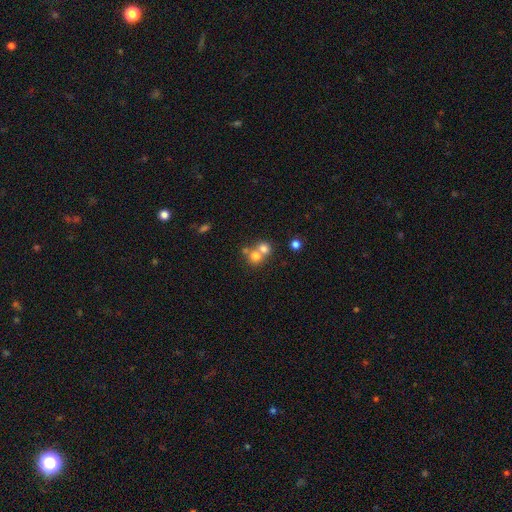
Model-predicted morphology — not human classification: Smooth or featured: smooth — 72% (featured or disk — 15%)
How rounded: round — 83% (in between — 16%)
Merging: merger — 57% (none — 35%)